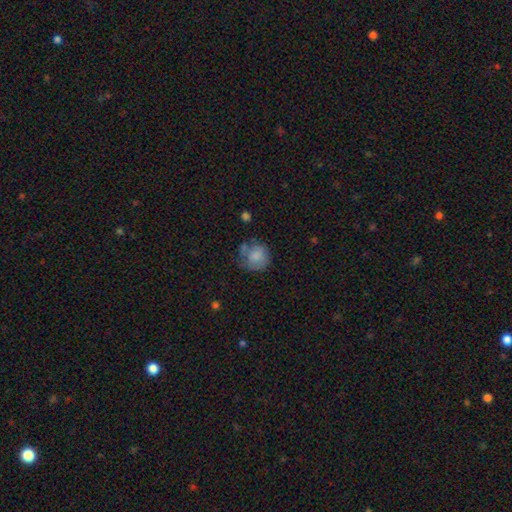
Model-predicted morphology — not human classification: A smooth galaxy with no disk features (75%) that is round (83%).

Vote fractions:
- Smooth or featured? smooth: 75% / featured or disk: 16% / star or artifact: 9%
- How rounded? round: 83% / in between: 16% / cigar-shaped: 1%
- Merging? none: 48% / minor disturbance: 27% / major disturbance: 16% / merger: 8%